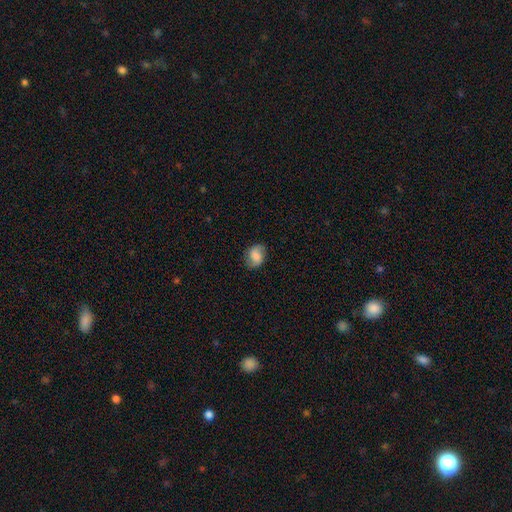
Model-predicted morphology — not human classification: A smooth galaxy with no disk features (57%) that is in between round and cigar-shaped (61%).

Vote fractions:
- Smooth or featured? smooth: 57% / featured or disk: 34% / star or artifact: 9%
- How rounded? in between: 61% / round: 38% / cigar-shaped: 1%
- Merging? none: 79% / minor disturbance: 15% / major disturbance: 4% / merger: 1%